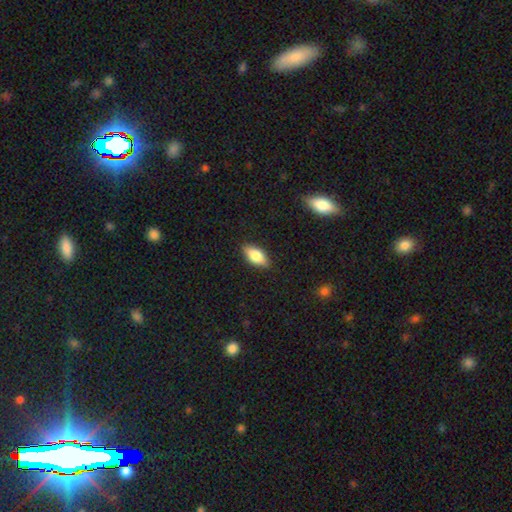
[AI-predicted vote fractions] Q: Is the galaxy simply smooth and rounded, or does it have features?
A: smooth — 76%.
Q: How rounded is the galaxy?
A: in between — 86%.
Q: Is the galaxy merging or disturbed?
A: none — 87%.